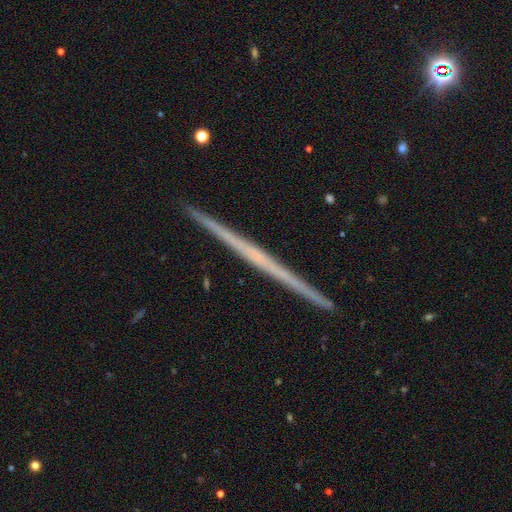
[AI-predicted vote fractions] Smooth or featured?
  - featured or disk: 71% *
  - smooth: 22%
  - star or artifact: 7%
Edge-on disk?
  - yes: 98% *
  - no: 2%
Edge-on bulge?
  - none: 84% *
  - rounded: 12%
  - boxy: 4%
Merging?
  - none: 93% *
  - minor disturbance: 5%
  - major disturbance: 1%
  - merger: 1%